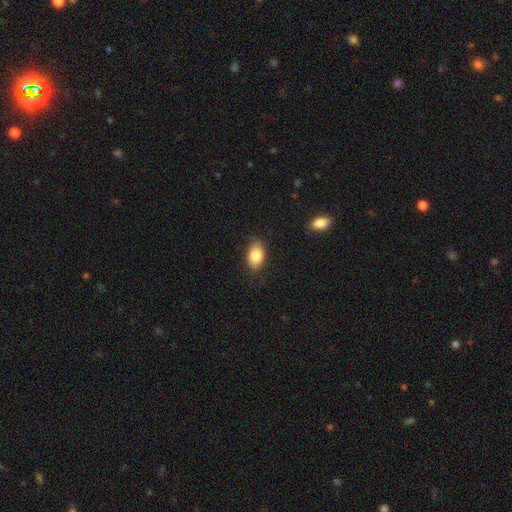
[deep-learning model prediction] A smooth galaxy with no disk features (83%) that is in between round and cigar-shaped (88%).

Vote fractions:
- Smooth or featured? smooth: 83% / featured or disk: 9% / star or artifact: 8%
- How rounded? in between: 88% / round: 11% / cigar-shaped: 1%
- Merging? none: 83% / minor disturbance: 13% / major disturbance: 3% / merger: 1%